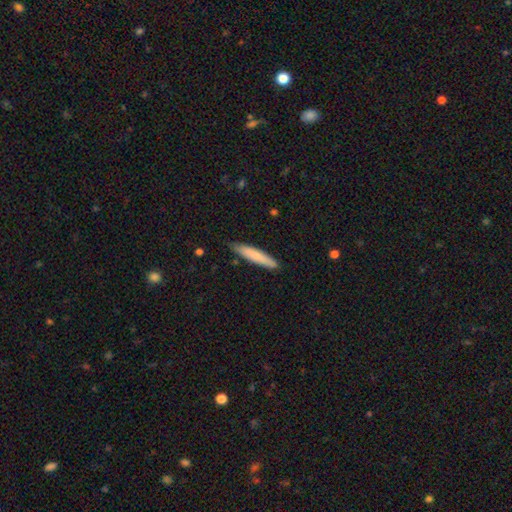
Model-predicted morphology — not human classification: This appears to be a smooth galaxy with no disk features (75%) that is cigar-shaped (91%). Merging: none (84%).